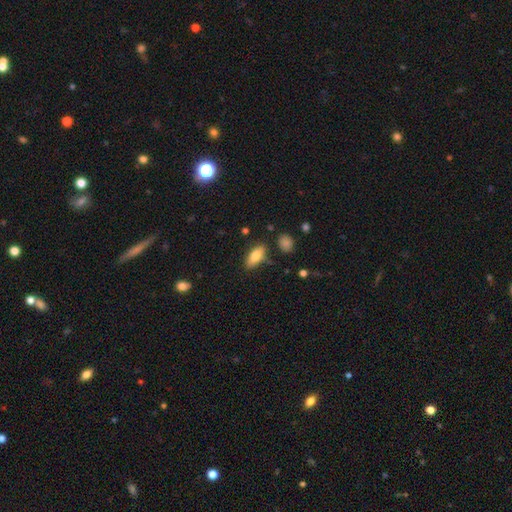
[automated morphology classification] Q: Smooth or featured?
A: smooth (76%); runner-up: featured or disk (17%)
Q: How rounded?
A: in between (81%); runner-up: cigar-shaped (16%)
Q: Merging?
A: none (78%); runner-up: minor disturbance (15%)